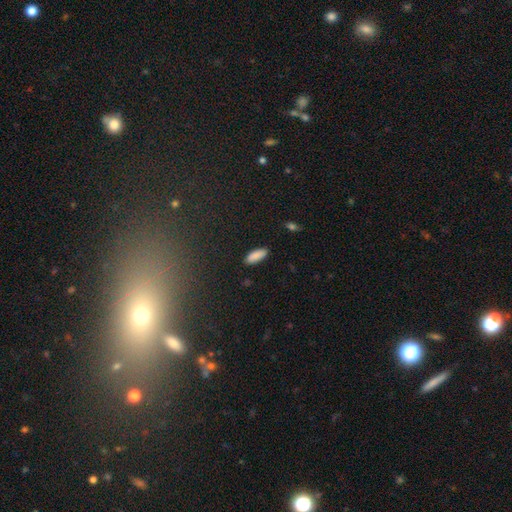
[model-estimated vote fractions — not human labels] Q: Smooth or featured?
A: smooth (89%); runner-up: star or artifact (7%)
Q: How rounded?
A: in between (69%); runner-up: cigar-shaped (30%)
Q: Merging?
A: none (87%); runner-up: minor disturbance (10%)